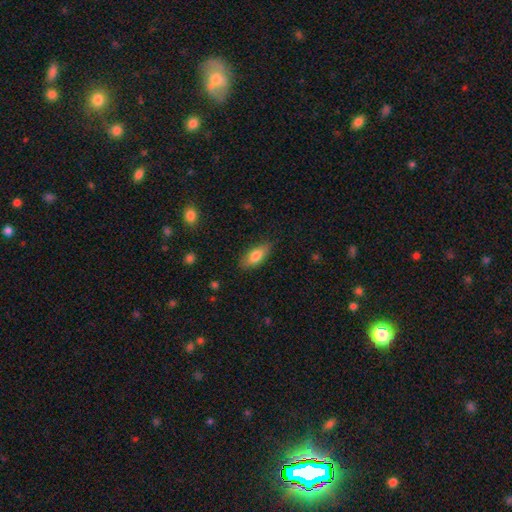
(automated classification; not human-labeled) smooth-or-featured: smooth: 78% | featured or disk: 15% | star or artifact: 7%
  how-rounded: in between: 81% | cigar-shaped: 16% | round: 3%
  merging: none: 80% | minor disturbance: 16% | major disturbance: 3% | merger: 1%